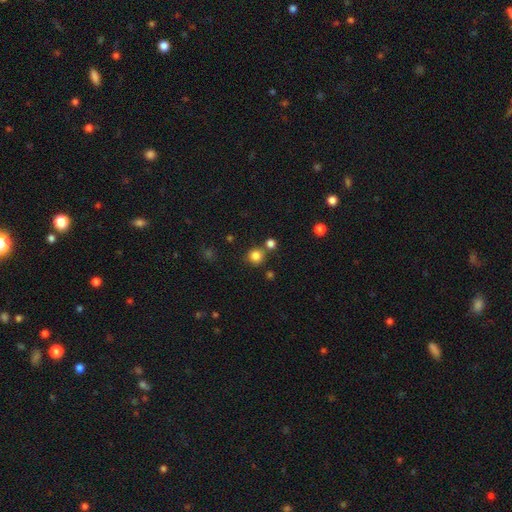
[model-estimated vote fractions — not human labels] smooth 82%, star or artifact 13%, featured or disk 5%. Down the decision tree: how rounded — round (92%); merging — none (75%).